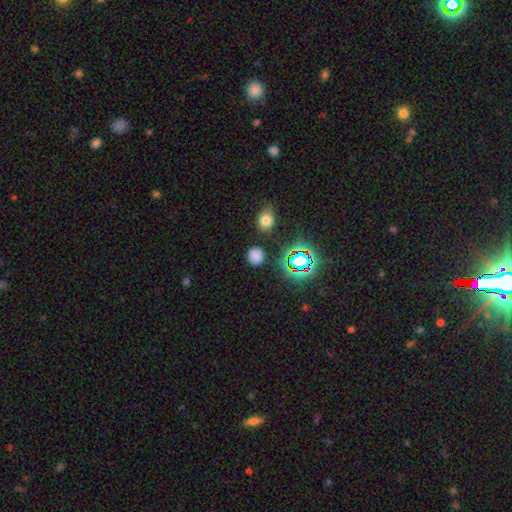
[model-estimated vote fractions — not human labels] The model was most divided on "smooth or featured": smooth: 72%, star or artifact: 22%, featured or disk: 5%. More confident: how rounded — round (89%); merging — none (86%).